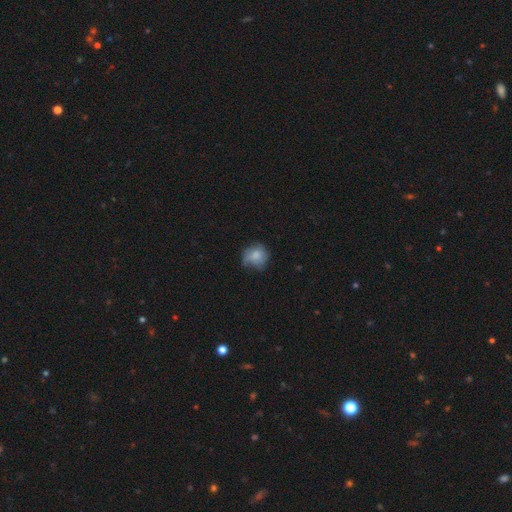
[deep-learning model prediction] Q: Smooth or featured?
A: smooth (71%); runner-up: featured or disk (20%)
Q: How rounded?
A: round (80%); runner-up: in between (19%)
Q: Merging?
A: none (54%); runner-up: minor disturbance (31%)